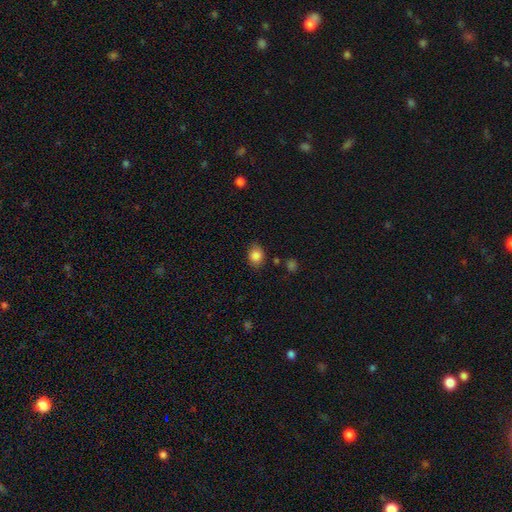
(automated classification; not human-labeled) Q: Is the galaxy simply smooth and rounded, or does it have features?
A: smooth — 85%.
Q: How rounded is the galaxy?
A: in between — 50%.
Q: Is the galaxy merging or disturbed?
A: none — 78%.